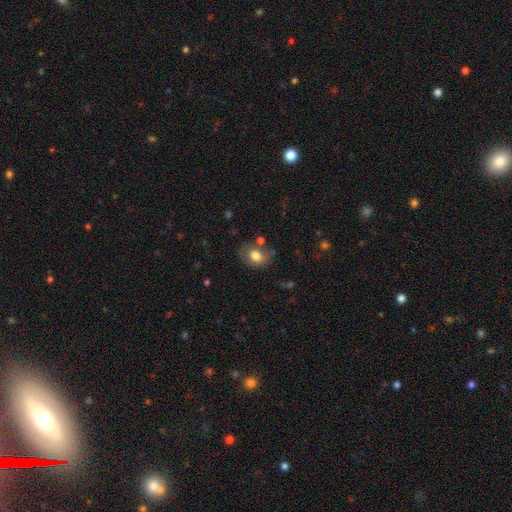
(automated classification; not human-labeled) This appears to be a smooth galaxy with no disk features (75%) that is in between round and cigar-shaped (56%). Merging: none (62%).